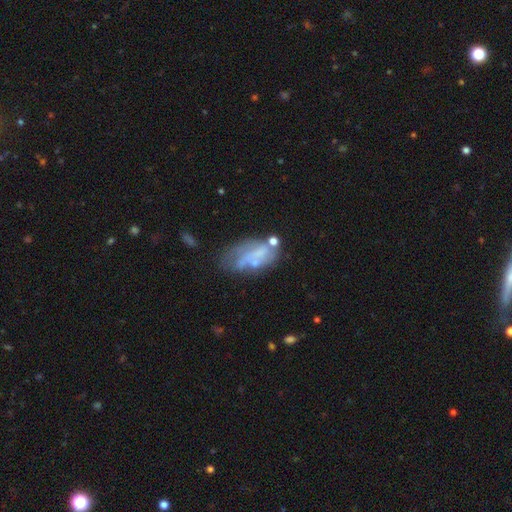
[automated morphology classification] Smooth or featured? Predicted: featured or disk (p=0.54). Edge-on disk? Predicted: no (p=0.94). Bar? Predicted: no (p=0.73). Spiral arms? Predicted: no (p=0.60). Bulge size? Predicted: none (p=0.52). Merging? Predicted: none (p=0.35).